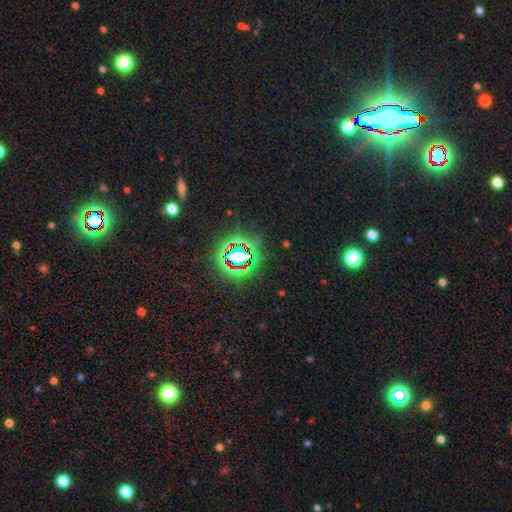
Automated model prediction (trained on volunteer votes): Smooth or featured? Predicted: star or artifact (p=0.81).